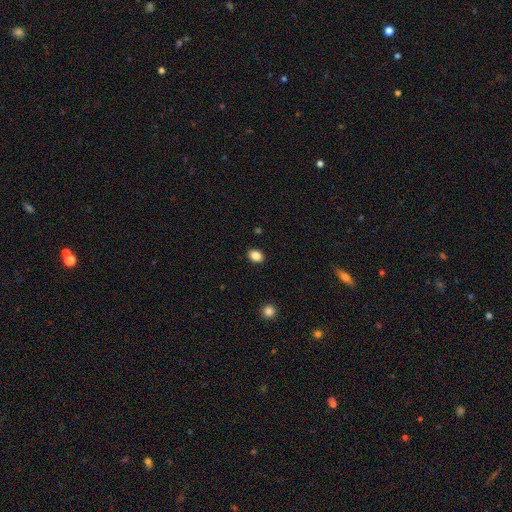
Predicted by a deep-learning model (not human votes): Smooth or featured? Predicted: smooth (p=0.86). How rounded? Predicted: in between (p=0.64). Merging? Predicted: none (p=0.90).